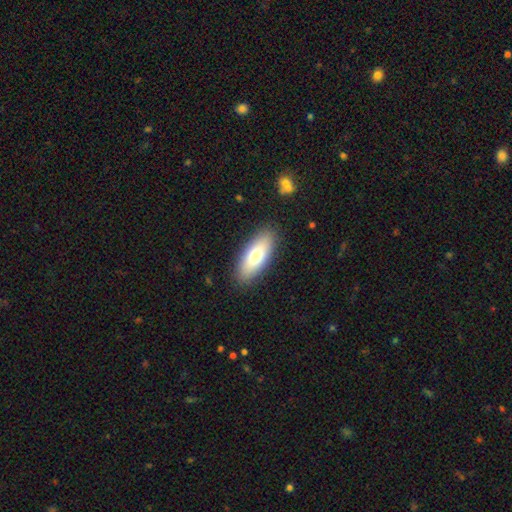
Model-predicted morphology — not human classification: Smooth or featured? Predicted: smooth (p=0.74). How rounded? Predicted: in between (p=0.75). Merging? Predicted: none (p=0.88).